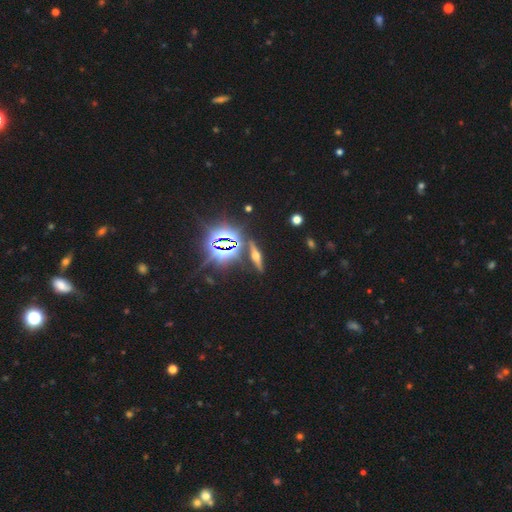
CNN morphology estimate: This appears to be a featured or disk galaxy (54%) viewed edge-on (92%). Merging: none (85%).